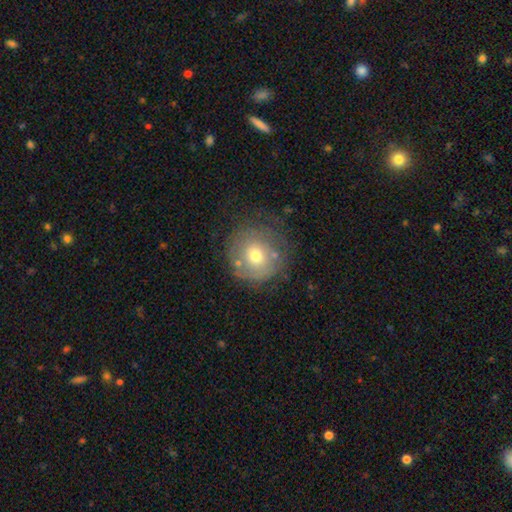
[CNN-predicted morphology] A smooth galaxy with no disk features (56%) that is round (90%).

Vote fractions:
- Smooth or featured? smooth: 56% / featured or disk: 33% / star or artifact: 10%
- How rounded? round: 90% / in between: 9% / cigar-shaped: 1%
- Merging? none: 66% / minor disturbance: 20% / major disturbance: 11% / merger: 3%